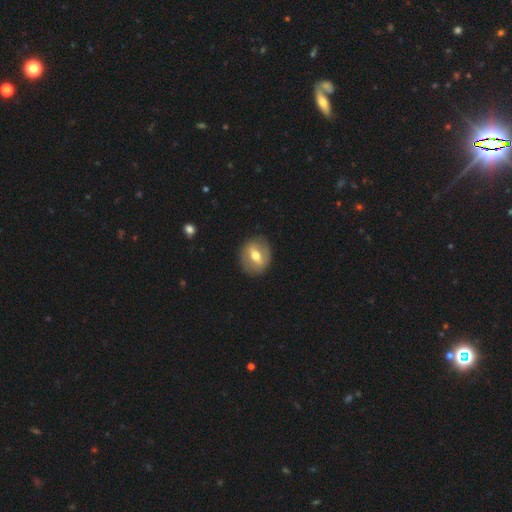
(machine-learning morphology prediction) Q: Smooth or featured?
A: featured or disk (53%); runner-up: smooth (41%)
Q: Edge-on disk?
A: no (82%); runner-up: yes (18%)
Q: Merging?
A: none (87%); runner-up: minor disturbance (9%)